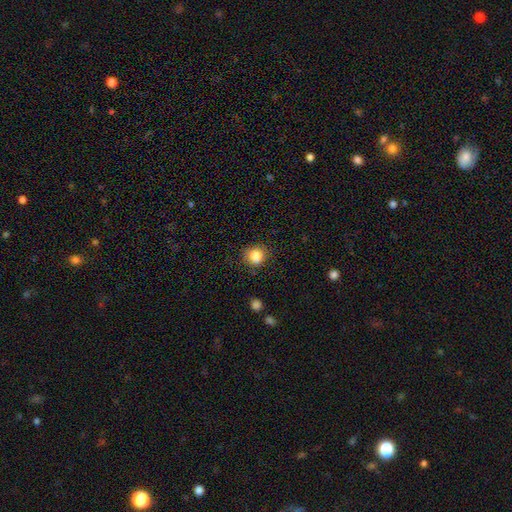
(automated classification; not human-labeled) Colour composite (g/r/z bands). It shows a smooth galaxy with no disk features (86%) that is round (80%). Merging: none (77%).